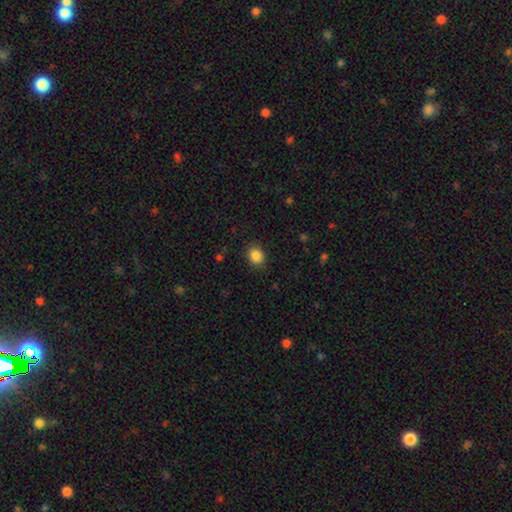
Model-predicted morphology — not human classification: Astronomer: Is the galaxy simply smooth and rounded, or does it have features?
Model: smooth — 87%.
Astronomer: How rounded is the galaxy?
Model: round — 63%.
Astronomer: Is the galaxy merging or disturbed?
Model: none — 86%.